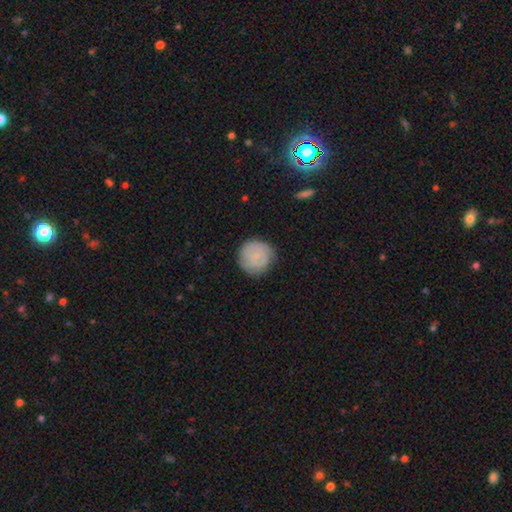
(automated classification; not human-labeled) Smooth or featured? Predicted: smooth (p=0.70). How rounded? Predicted: round (p=0.93). Merging? Predicted: none (p=0.81).